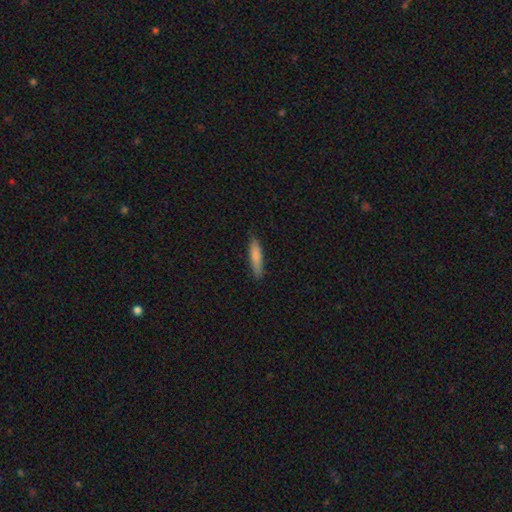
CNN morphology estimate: Q: Smooth or featured?
A: smooth (80%); runner-up: featured or disk (14%)
Q: How rounded?
A: cigar-shaped (80%); runner-up: in between (19%)
Q: Merging?
A: none (83%); runner-up: minor disturbance (13%)